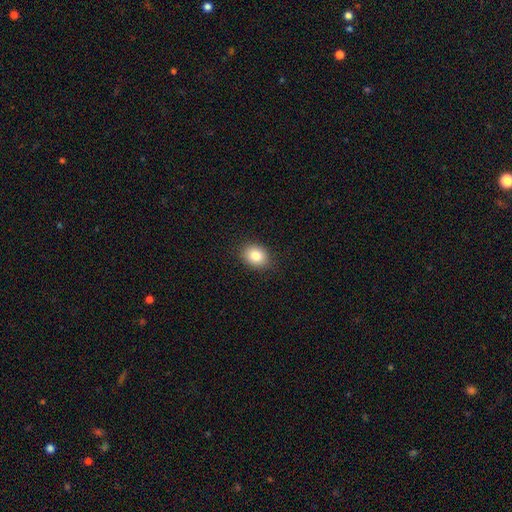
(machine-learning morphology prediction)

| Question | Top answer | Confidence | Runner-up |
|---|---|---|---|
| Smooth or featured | smooth | 84% | star or artifact (9%) |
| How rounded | in between | 53% | round (46%) |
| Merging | none | 88% | minor disturbance (9%) |